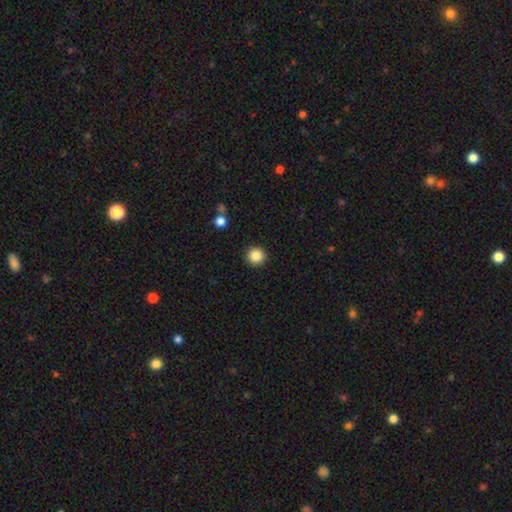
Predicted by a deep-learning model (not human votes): A smooth galaxy with no disk features (86%) that is round (95%). Merging: none (92%).